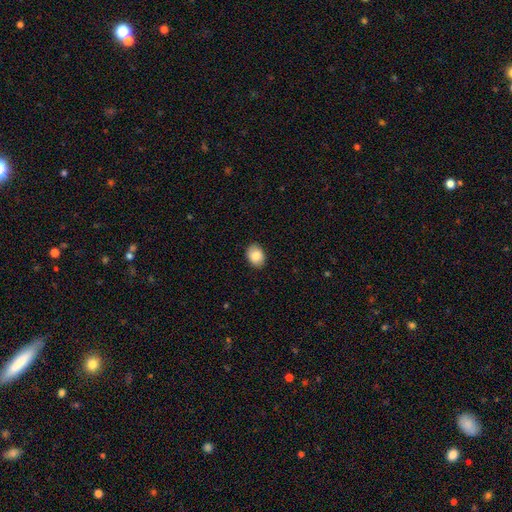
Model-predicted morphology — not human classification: Overall: smooth (86%). How rounded: in between (71%). Merging: none (88%).